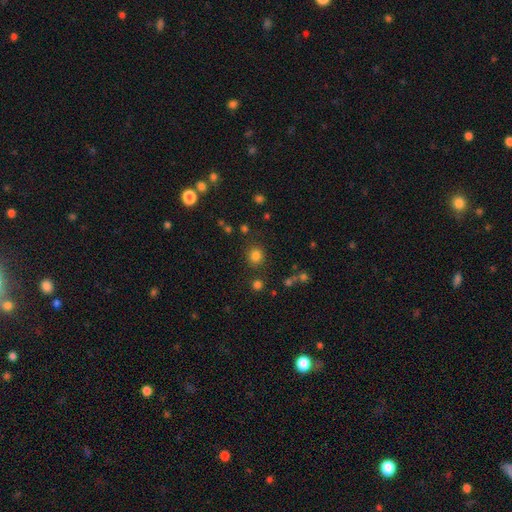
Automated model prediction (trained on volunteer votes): smooth_or_featured: smooth (p=0.80) [alt: star or artifact p=0.15]
how_rounded: round (p=0.88) [alt: in between p=0.11]
merging: none (p=0.85) [alt: minor disturbance p=0.08]